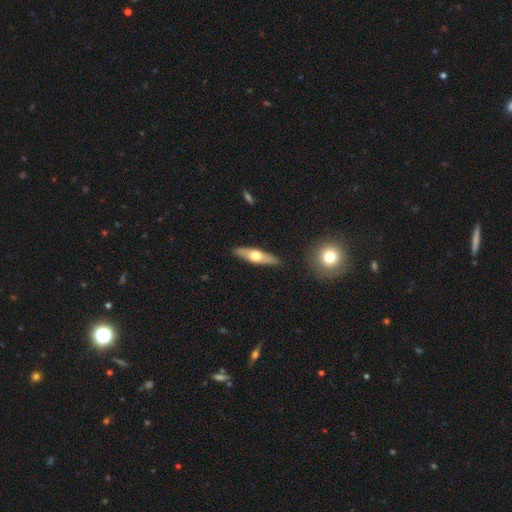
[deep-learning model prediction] This is possibly a featured or disk galaxy (52%). It is clearly viewed edge-on (86%). Merging: clearly none (88%).